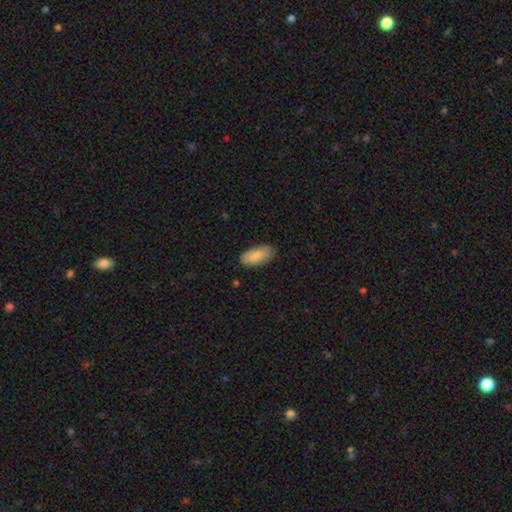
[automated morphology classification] Q: Smooth or featured?
A: smooth (86%); runner-up: featured or disk (8%)
Q: How rounded?
A: in between (90%); runner-up: cigar-shaped (8%)
Q: Merging?
A: none (81%); runner-up: minor disturbance (15%)